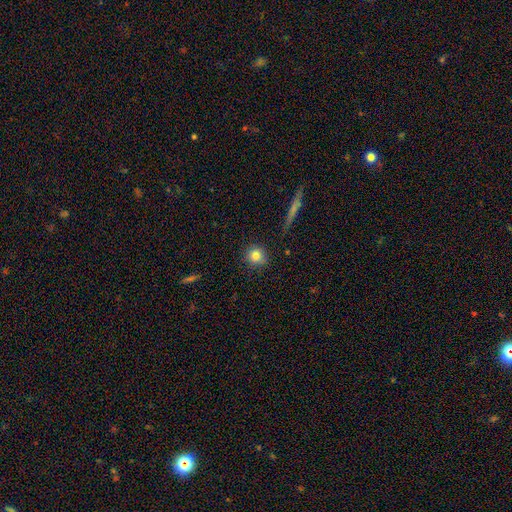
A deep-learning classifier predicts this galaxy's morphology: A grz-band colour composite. It shows a smooth galaxy with no disk features (82%) that is round (91%). Merging: none (88%).